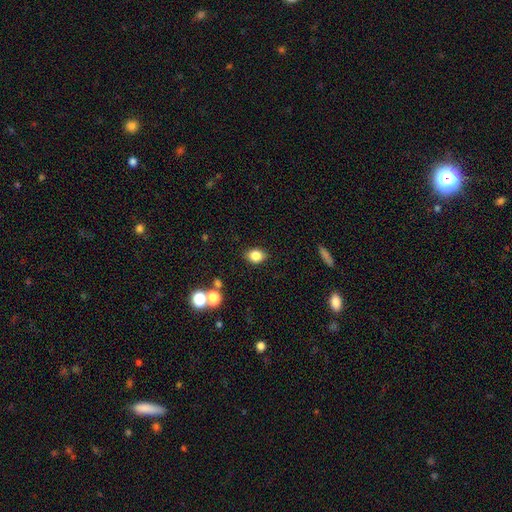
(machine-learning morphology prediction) type=smooth (83%); roundness=in between (57%); merging=none (86%).